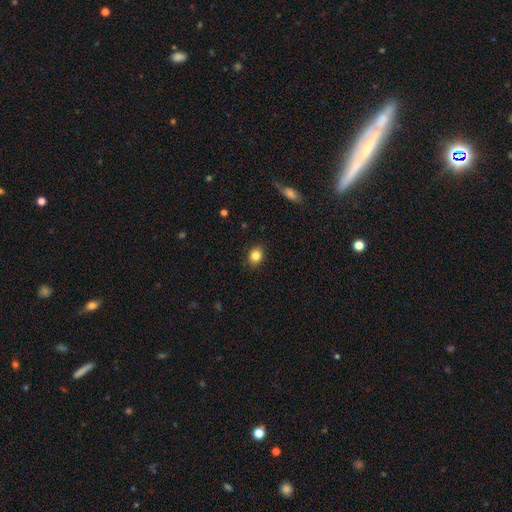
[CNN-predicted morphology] smooth_or_featured: smooth (p=0.84) [alt: star or artifact p=0.10]
how_rounded: round (p=0.55) [alt: in between p=0.44]
merging: none (p=0.87) [alt: minor disturbance p=0.10]